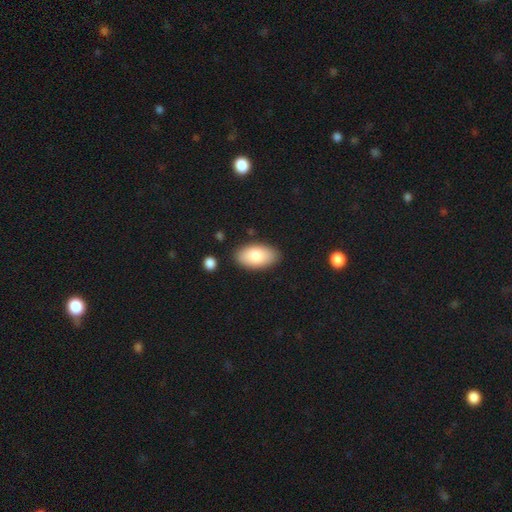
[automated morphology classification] smooth_or_featured: smooth (p=0.83) [alt: featured or disk p=0.11]
how_rounded: in between (p=0.95) [alt: round p=0.03]
merging: none (p=0.85) [alt: minor disturbance p=0.10]